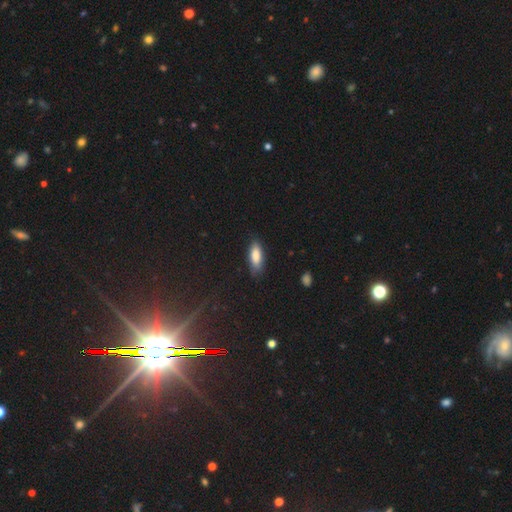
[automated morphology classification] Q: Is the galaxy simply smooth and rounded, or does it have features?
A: smooth — 84%.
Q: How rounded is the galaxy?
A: in between — 68%.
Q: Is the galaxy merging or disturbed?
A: none — 80%.